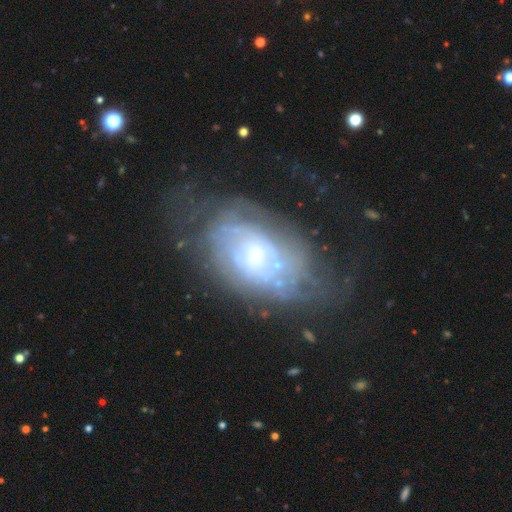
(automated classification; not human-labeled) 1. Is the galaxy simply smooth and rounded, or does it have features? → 73% featured or disk, 18% smooth, 9% star or artifact.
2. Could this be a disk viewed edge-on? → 95% no, 5% yes.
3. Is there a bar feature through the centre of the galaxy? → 79% no, 17% weak, 4% strong.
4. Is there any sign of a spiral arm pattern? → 70% yes, 30% no.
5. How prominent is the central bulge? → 69% small, 25% moderate, 3% large, 2% none, 1% dominant.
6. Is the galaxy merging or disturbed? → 46% none, 26% major disturbance, 23% minor disturbance, 6% merger.